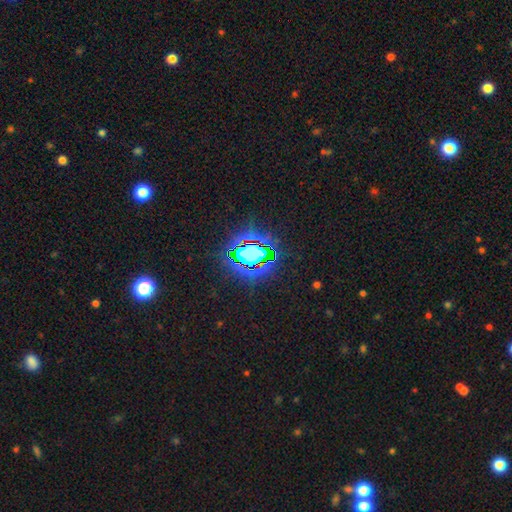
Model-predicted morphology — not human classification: type=star or artifact (82%).